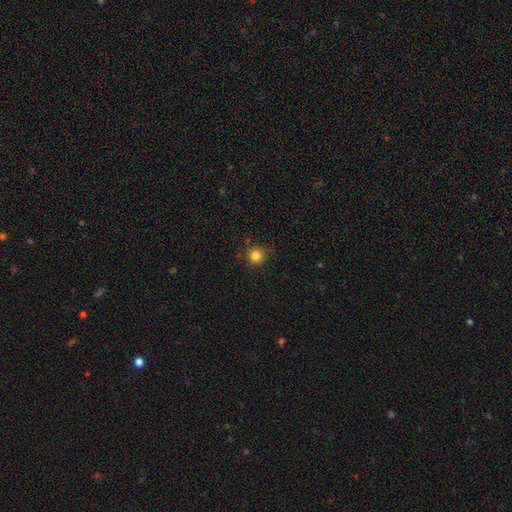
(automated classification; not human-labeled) A smooth galaxy with no disk features (83%) that is round (94%).

Vote fractions:
- Smooth or featured? smooth: 83% / star or artifact: 12% / featured or disk: 4%
- How rounded? round: 94% / in between: 5% / cigar-shaped: 1%
- Merging? none: 85% / minor disturbance: 10% / major disturbance: 2% / merger: 2%